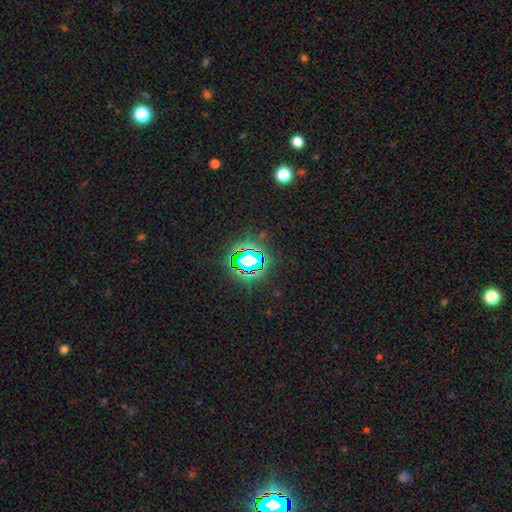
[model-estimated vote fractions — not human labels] Smooth or featured? Predicted: star or artifact (p=0.76).